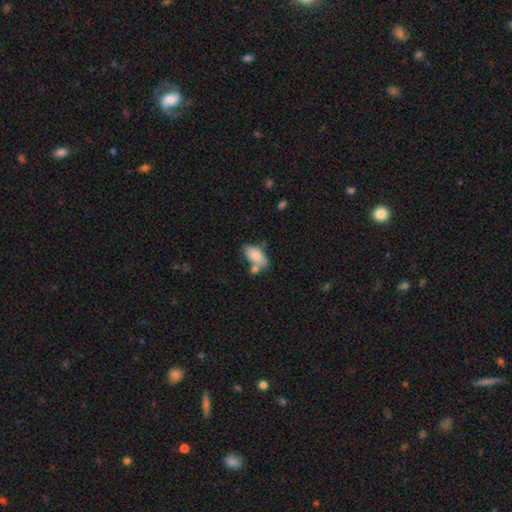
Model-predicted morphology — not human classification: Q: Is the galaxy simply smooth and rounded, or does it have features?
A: smooth — 83%.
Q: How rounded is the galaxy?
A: in between — 92%.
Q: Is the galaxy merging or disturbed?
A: none — 47%.